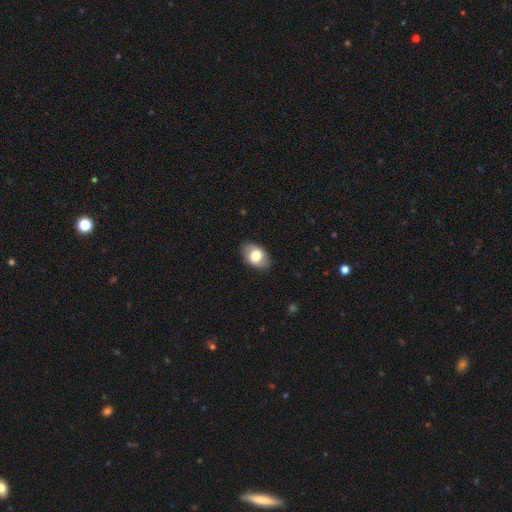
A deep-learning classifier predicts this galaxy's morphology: A smooth galaxy with no disk features (73%) that is in between round and cigar-shaped (87%). Merging: none (85%).